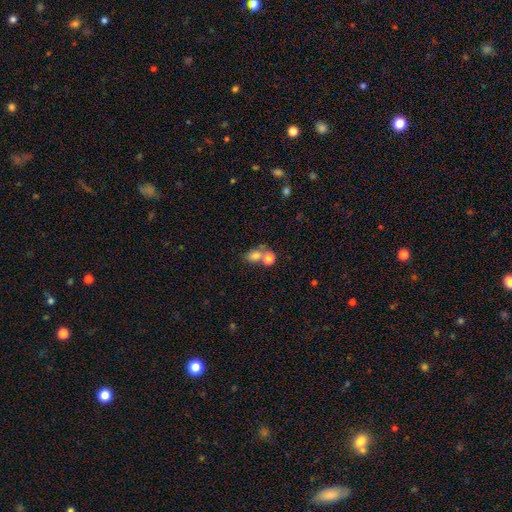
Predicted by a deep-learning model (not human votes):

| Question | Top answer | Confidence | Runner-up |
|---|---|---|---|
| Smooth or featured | smooth | 76% | star or artifact (13%) |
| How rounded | in between | 52% | round (46%) |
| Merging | merger | 43% | none (42%) |